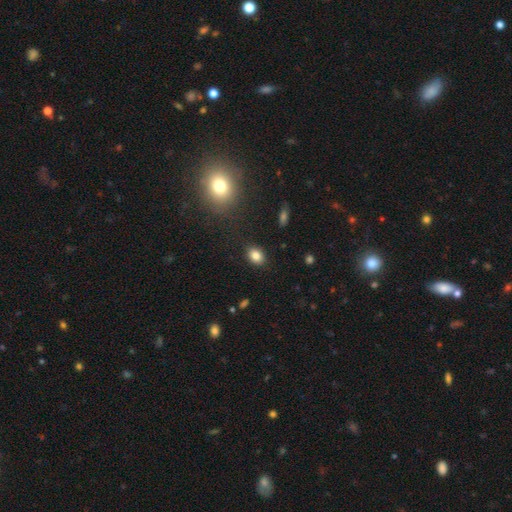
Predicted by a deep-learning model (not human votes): Smooth or featured? smooth (83%)
How rounded? in between (65%)
Merging? none (87%)